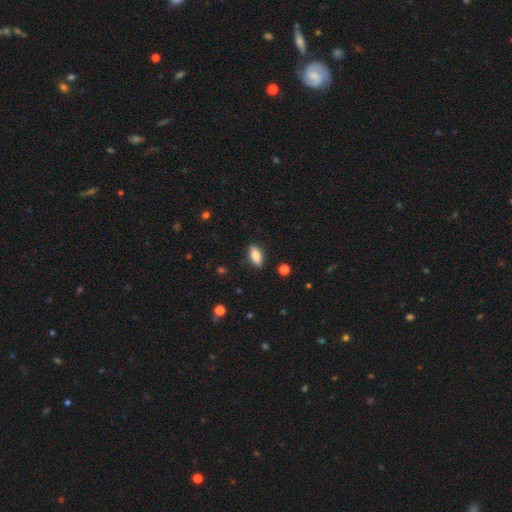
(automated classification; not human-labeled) A smooth galaxy with no disk features (76%) that is in between round and cigar-shaped (78%). Merging: none (86%).